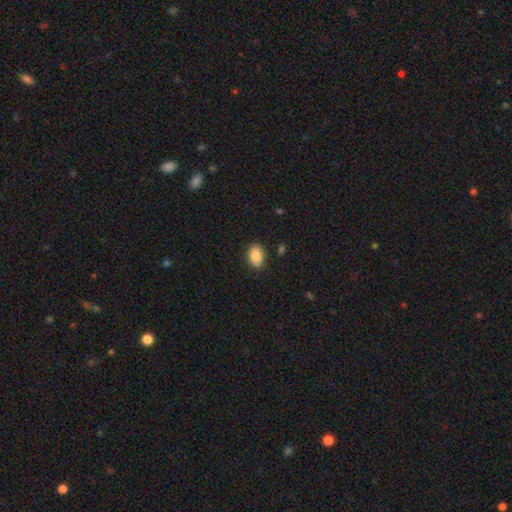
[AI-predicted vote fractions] Q: Smooth or featured?
A: smooth (88%); runner-up: star or artifact (8%)
Q: How rounded?
A: in between (84%); runner-up: round (15%)
Q: Merging?
A: none (87%); runner-up: minor disturbance (9%)